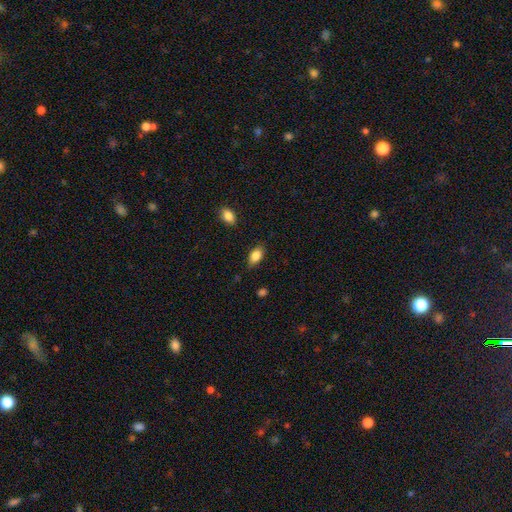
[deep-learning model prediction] Q: Smooth or featured?
A: smooth (84%); runner-up: featured or disk (8%)
Q: How rounded?
A: in between (88%); runner-up: round (8%)
Q: Merging?
A: none (78%); runner-up: minor disturbance (17%)